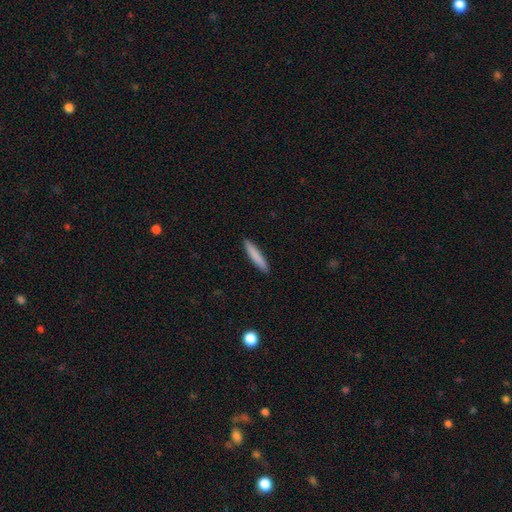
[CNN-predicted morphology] Smooth or featured? Predicted: smooth (p=0.82). How rounded? Predicted: cigar-shaped (p=0.92). Merging? Predicted: none (p=0.91).